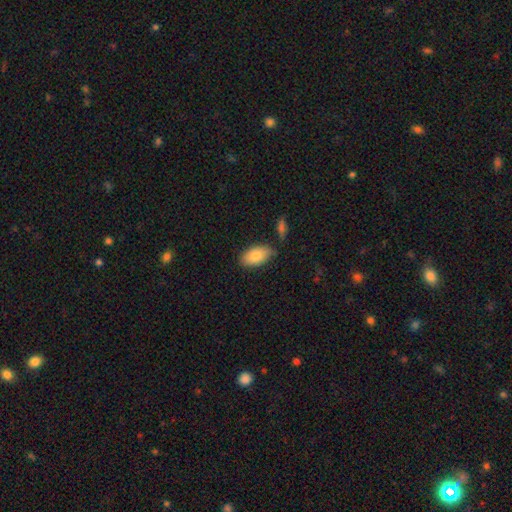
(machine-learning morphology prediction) smooth-or-featured: smooth: 81% | featured or disk: 13% | star or artifact: 6%
  how-rounded: in between: 94% | round: 4% | cigar-shaped: 3%
  merging: none: 74% | minor disturbance: 18% | merger: 5% | major disturbance: 3%